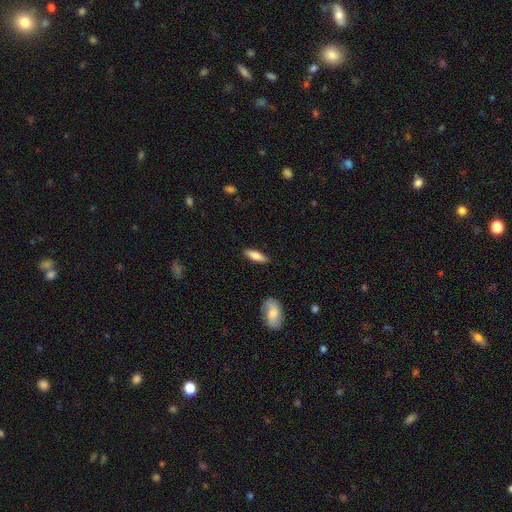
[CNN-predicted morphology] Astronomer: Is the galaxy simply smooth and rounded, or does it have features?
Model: smooth — 79%.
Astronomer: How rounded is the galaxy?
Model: in between — 60% (runner-up: cigar-shaped, 38%).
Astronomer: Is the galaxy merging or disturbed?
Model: none — 87%.